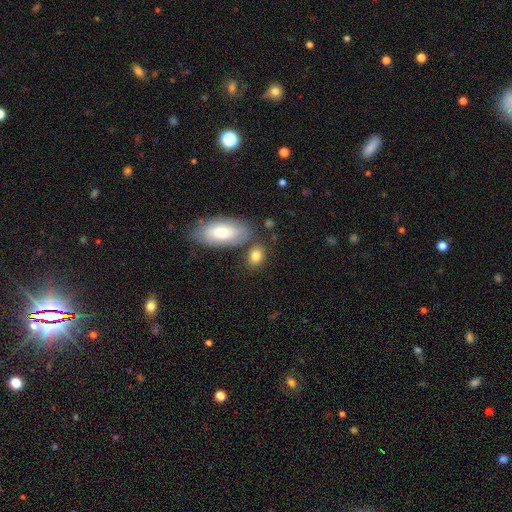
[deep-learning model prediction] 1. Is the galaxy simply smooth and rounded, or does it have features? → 81% smooth, 11% featured or disk, 8% star or artifact.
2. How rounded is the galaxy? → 78% in between, 19% round, 3% cigar-shaped.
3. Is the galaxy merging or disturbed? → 67% none, 15% minor disturbance, 14% merger, 5% major disturbance.